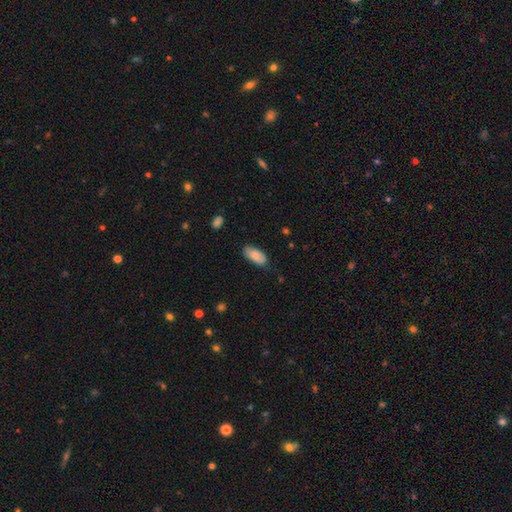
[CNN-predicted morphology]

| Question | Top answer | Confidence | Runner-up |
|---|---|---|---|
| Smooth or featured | smooth | 83% | featured or disk (11%) |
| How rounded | in between | 92% | cigar-shaped (6%) |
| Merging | none | 74% | minor disturbance (21%) |